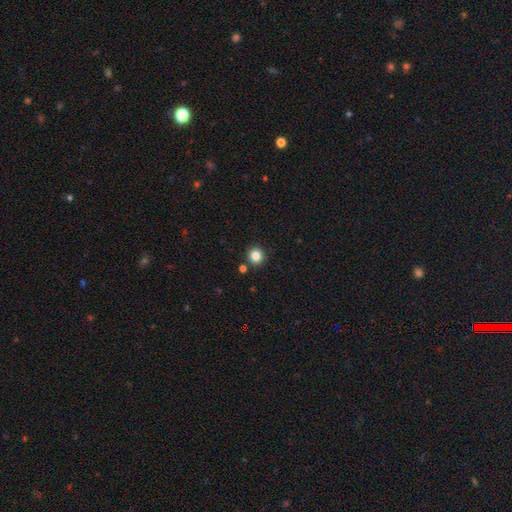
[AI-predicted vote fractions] This is clearly a smooth galaxy (84%). How rounded: clearly round (93%). Merging: clearly none (88%).